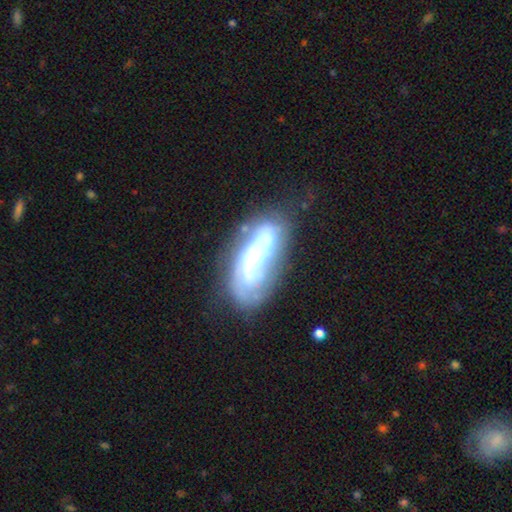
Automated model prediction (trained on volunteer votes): The model was most divided on "bulge size": moderate: 35%, small: 31%, large: 17%, none: 13%, dominant: 5%. Remaining: edge-on disk — no (90%); smooth or featured — featured or disk (67%); spiral arms — yes (66%); merging — none (48%); bar — no (46%).